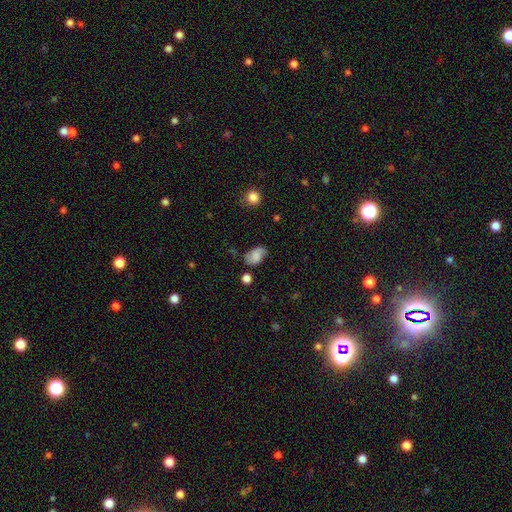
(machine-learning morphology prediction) This appears to be a smooth galaxy with no disk features (72%) that is in between round and cigar-shaped (89%). Merging: none (63%).